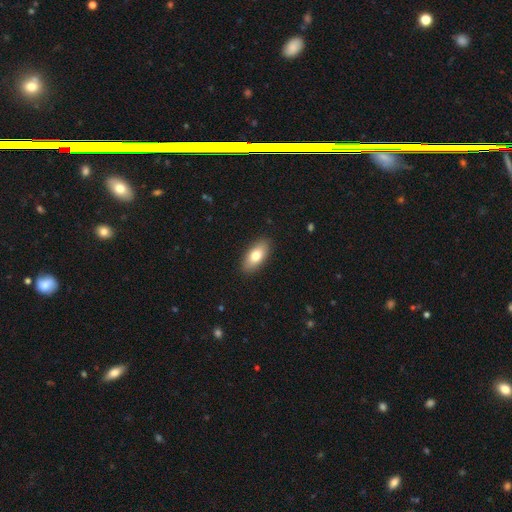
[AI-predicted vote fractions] Morphology: type=smooth (78%); roundness=in between (88%); merging=none (89%).